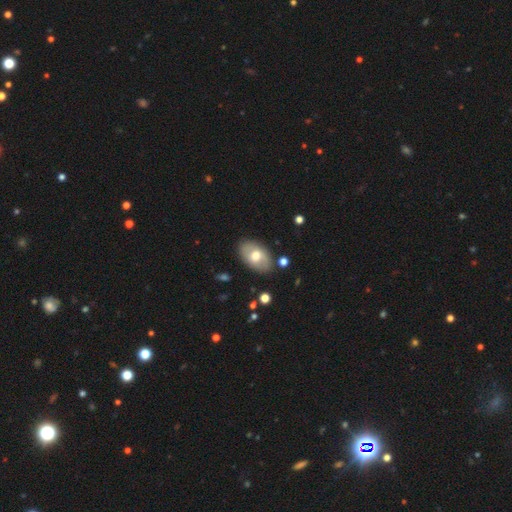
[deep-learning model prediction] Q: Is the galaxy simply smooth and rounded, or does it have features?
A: smooth — 58%.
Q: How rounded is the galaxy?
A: in between — 90%.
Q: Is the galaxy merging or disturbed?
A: none — 84%.